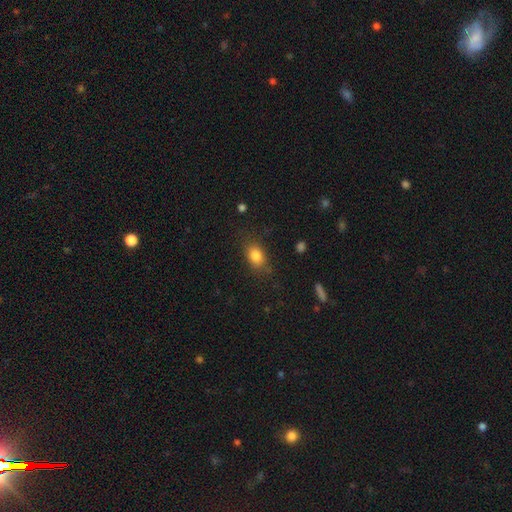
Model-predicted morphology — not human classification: A smooth galaxy with no disk features (83%) that is in between round and cigar-shaped (77%).

Vote fractions:
- Smooth or featured? smooth: 83% / star or artifact: 10% / featured or disk: 8%
- How rounded? in between: 77% / round: 21% / cigar-shaped: 2%
- Merging? none: 78% / minor disturbance: 15% / major disturbance: 5% / merger: 2%